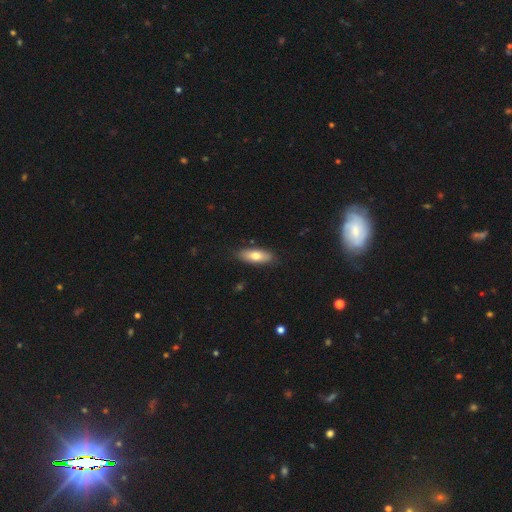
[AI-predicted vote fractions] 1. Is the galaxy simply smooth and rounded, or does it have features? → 72% smooth, 22% featured or disk, 6% star or artifact.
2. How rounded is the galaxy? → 69% in between, 29% cigar-shaped, 3% round.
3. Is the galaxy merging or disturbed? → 86% none, 11% minor disturbance, 2% major disturbance, 1% merger.